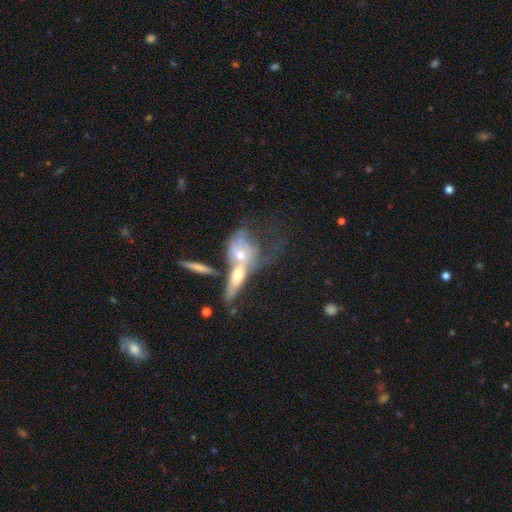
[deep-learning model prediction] Smooth or featured? Predicted: featured or disk (p=0.58). Edge-on disk? Predicted: no (p=0.68). Merging? Predicted: merger (p=0.59).